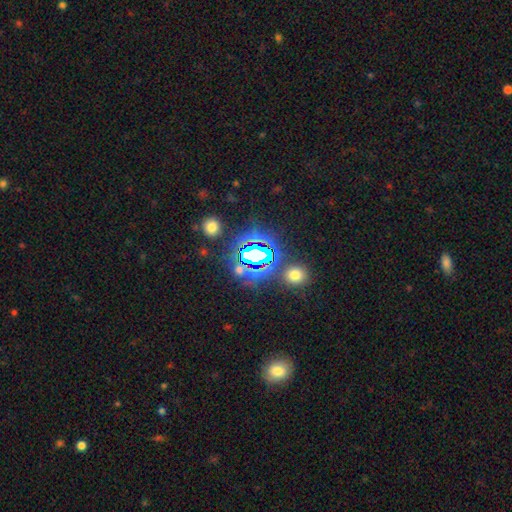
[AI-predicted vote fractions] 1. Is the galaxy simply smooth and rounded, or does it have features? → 71% star or artifact, 18% smooth, 11% featured or disk.